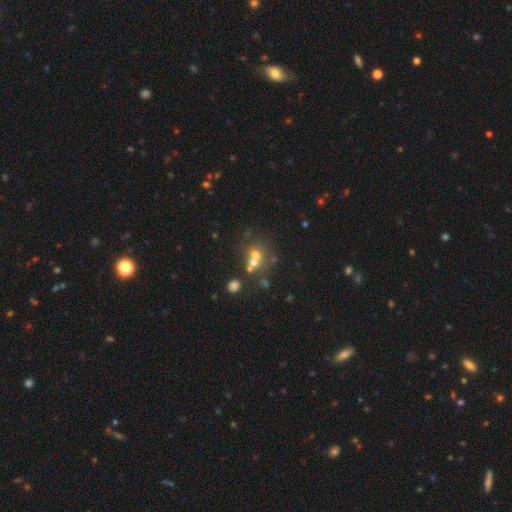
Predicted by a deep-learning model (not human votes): This appears to be a smooth galaxy with no disk features (55%) that is round (77%). Merging: merger (47%).